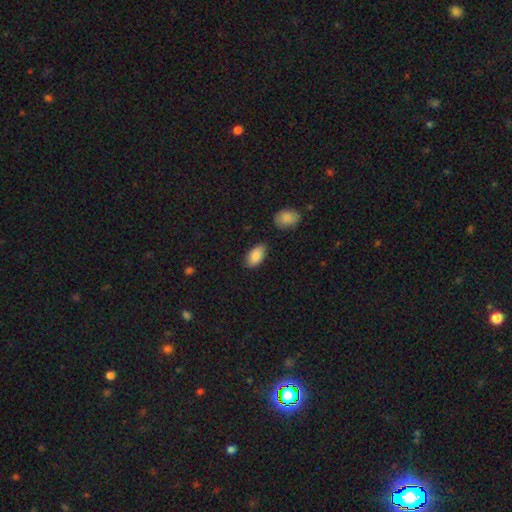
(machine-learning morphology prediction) Smooth or featured?
  - smooth: 88% *
  - star or artifact: 7%
  - featured or disk: 6%
How rounded?
  - in between: 94% *
  - round: 3%
  - cigar-shaped: 3%
Merging?
  - none: 79% *
  - minor disturbance: 15%
  - merger: 3%
  - major disturbance: 3%